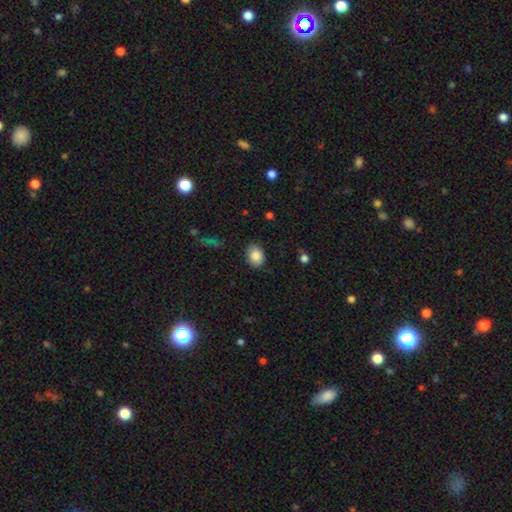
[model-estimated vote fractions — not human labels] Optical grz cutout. It shows a smooth galaxy with no disk features (86%) that is in between round and cigar-shaped (67%). Merging: none (81%).